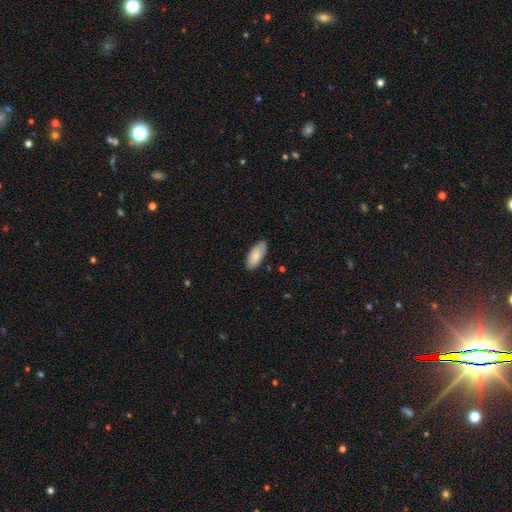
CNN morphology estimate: Q: Smooth or featured?
A: smooth (79%); runner-up: featured or disk (15%)
Q: How rounded?
A: in between (90%); runner-up: cigar-shaped (8%)
Q: Merging?
A: none (84%); runner-up: minor disturbance (13%)